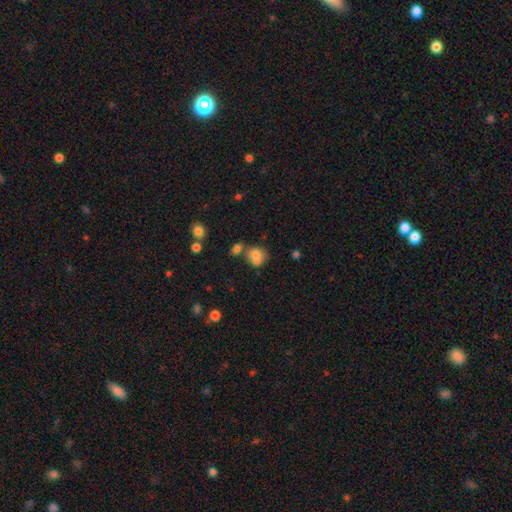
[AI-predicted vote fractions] A smooth galaxy with no disk features (76%) that is round (74%). Merging: none (46%).